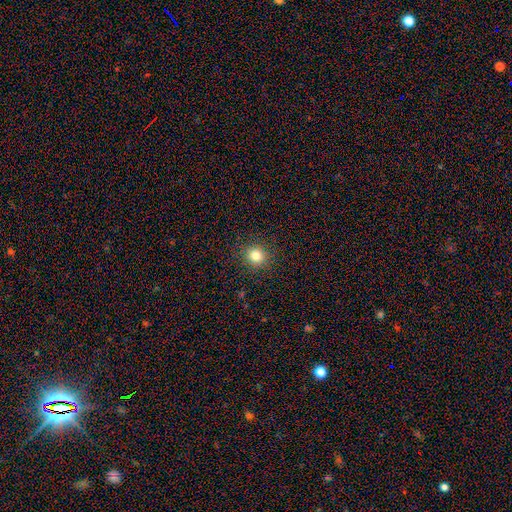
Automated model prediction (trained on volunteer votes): A smooth galaxy with no disk features (81%) that is round (91%).

Vote fractions:
- Smooth or featured? smooth: 81% / star or artifact: 13% / featured or disk: 6%
- How rounded? round: 91% / in between: 8% / cigar-shaped: 1%
- Merging? none: 91% / minor disturbance: 6% / major disturbance: 2% / merger: 1%